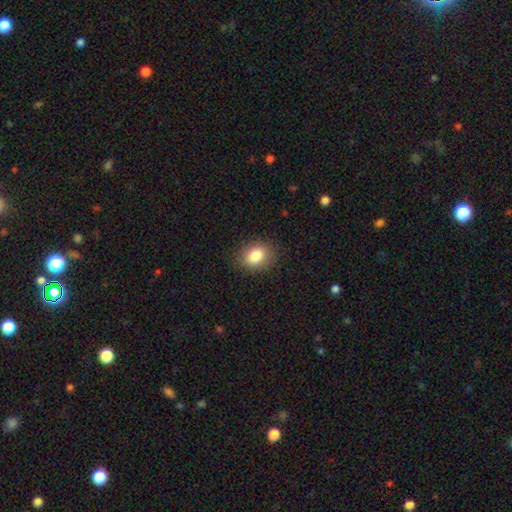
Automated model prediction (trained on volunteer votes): smooth 84%, star or artifact 9%, featured or disk 7%. Down the decision tree: how rounded — in between (58%); merging — none (87%).